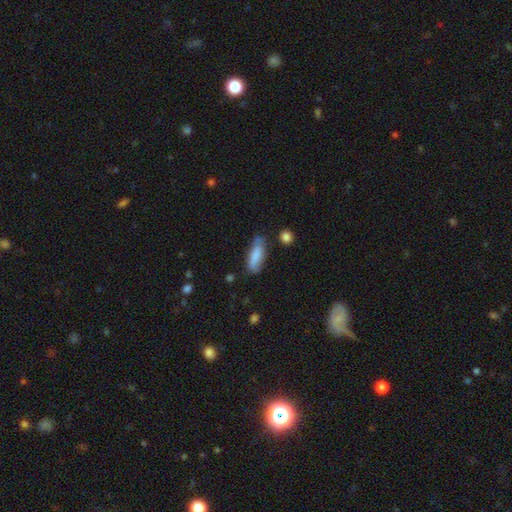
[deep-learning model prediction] A smooth galaxy with no disk features (81%) that is in between round and cigar-shaped (60%).

Vote fractions:
- Smooth or featured? smooth: 81% / featured or disk: 13% / star or artifact: 6%
- How rounded? in between: 60% / cigar-shaped: 38% / round: 2%
- Merging? none: 68% / minor disturbance: 23% / major disturbance: 5% / merger: 4%